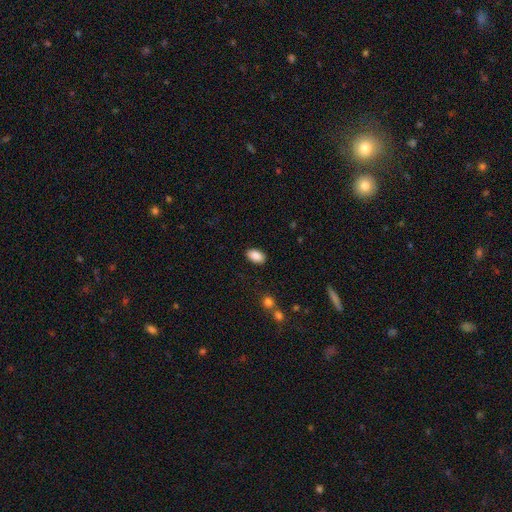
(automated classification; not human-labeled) This is clearly a smooth galaxy (89%). How rounded: clearly in between (93%). Merging: clearly none (88%).